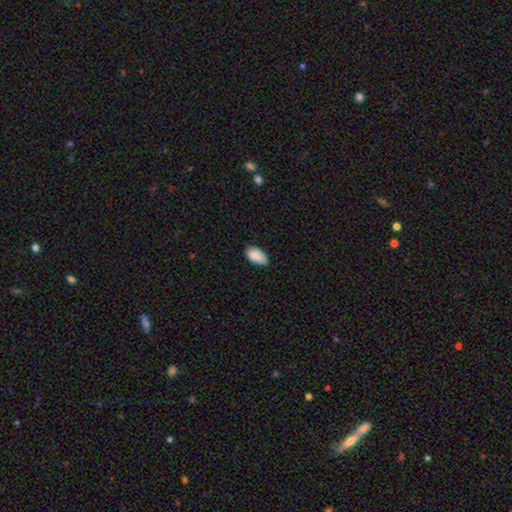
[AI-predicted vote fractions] smooth-or-featured: smooth: 87% | star or artifact: 7% | featured or disk: 7%
  how-rounded: in between: 94% | cigar-shaped: 3% | round: 3%
  merging: none: 75% | minor disturbance: 21% | major disturbance: 3% | merger: 1%